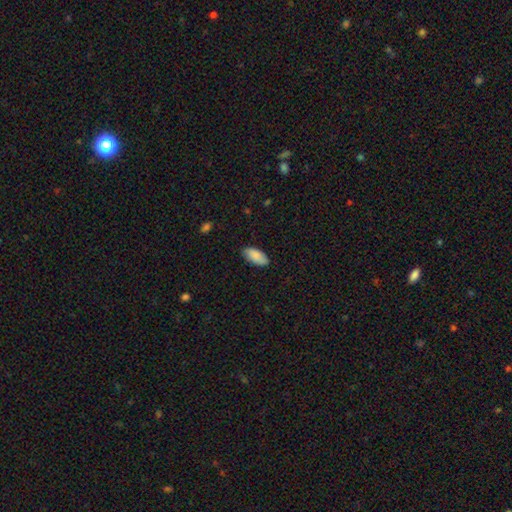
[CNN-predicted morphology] smooth_or_featured: smooth (p=0.88) [alt: featured or disk p=0.06]
how_rounded: in between (p=0.91) [alt: cigar-shaped p=0.07]
merging: none (p=0.85) [alt: minor disturbance p=0.12]